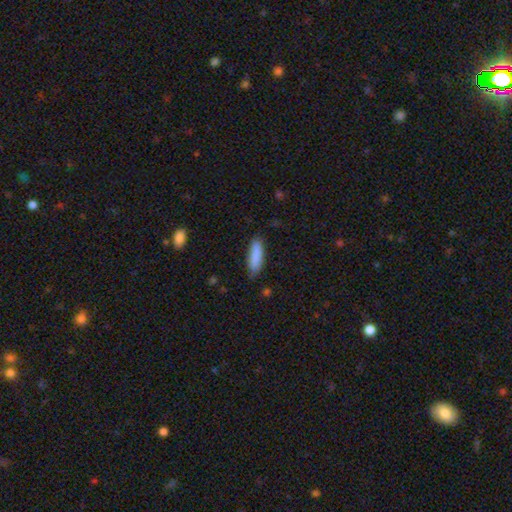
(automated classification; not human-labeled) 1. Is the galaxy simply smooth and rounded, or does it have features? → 87% smooth, 6% star or artifact, 6% featured or disk.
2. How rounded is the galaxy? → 50% cigar-shaped, 48% in between, 2% round.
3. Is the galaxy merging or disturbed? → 78% none, 17% minor disturbance, 3% major disturbance, 2% merger.